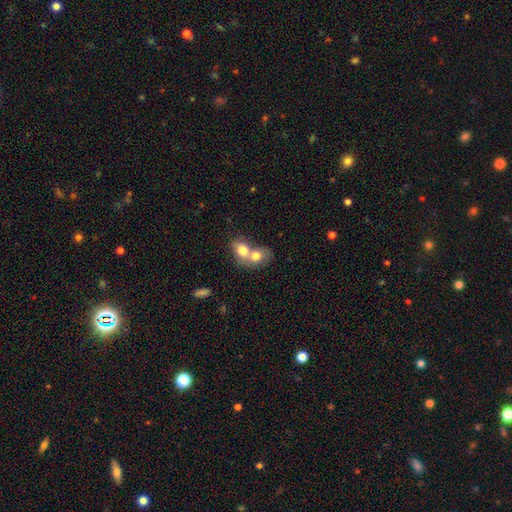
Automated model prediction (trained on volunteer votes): Overall: smooth (74%). How rounded: round (51%; in between 48%). Merging: merger (76%).